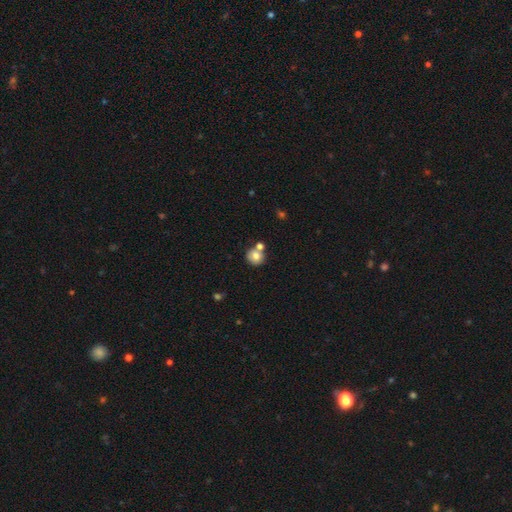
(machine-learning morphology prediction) smooth_or_featured: smooth (p=0.75) [alt: featured or disk p=0.15]
how_rounded: round (p=0.86) [alt: in between p=0.13]
merging: none (p=0.55) [alt: merger p=0.31]